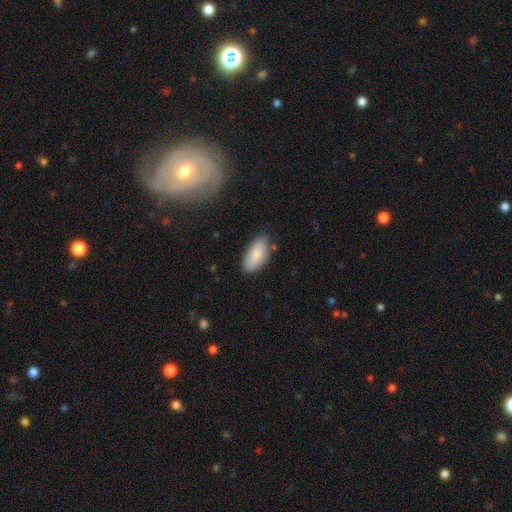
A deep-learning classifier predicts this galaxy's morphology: smooth 83%, featured or disk 11%, star or artifact 6%. Down the decision tree: how rounded — in between (93%); merging — none (75%).